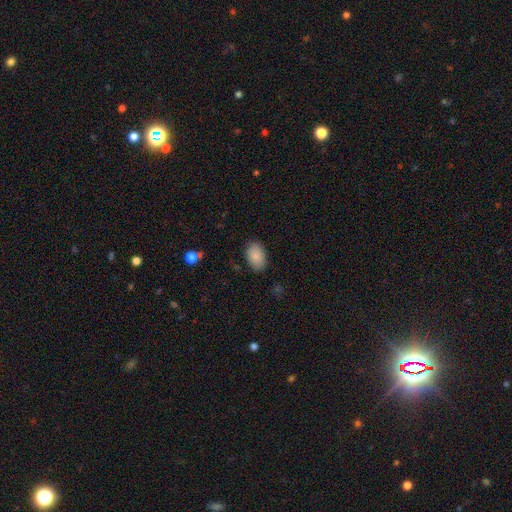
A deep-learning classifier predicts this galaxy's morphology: smooth_or_featured: smooth (p=0.87) [alt: star or artifact p=0.07]
how_rounded: in between (p=0.89) [alt: round p=0.09]
merging: none (p=0.85) [alt: minor disturbance p=0.11]